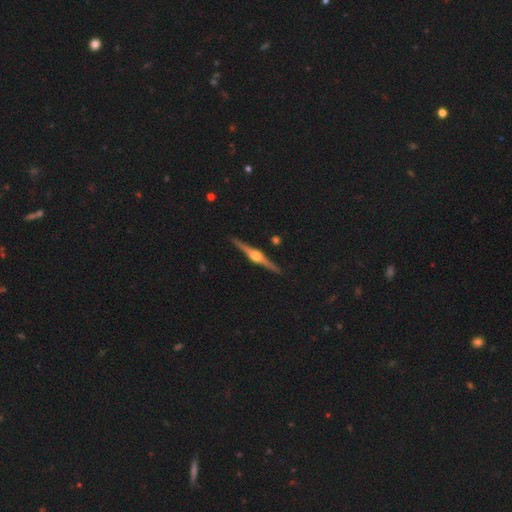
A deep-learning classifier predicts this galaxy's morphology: smooth-or-featured: featured or disk: 87% | smooth: 8% | star or artifact: 5%
  disk-edge-on: yes: 99% | no: 1%
    edge-on-bulge: rounded: 96% | boxy: 3% | none: 1%
  merging: none: 92% | minor disturbance: 5% | merger: 1% | major disturbance: 1%